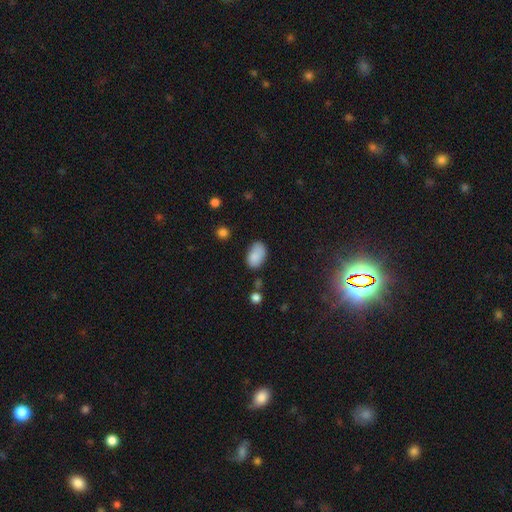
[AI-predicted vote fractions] Smooth or featured? Predicted: smooth (p=0.86). How rounded? Predicted: in between (p=0.92). Merging? Predicted: none (p=0.70).